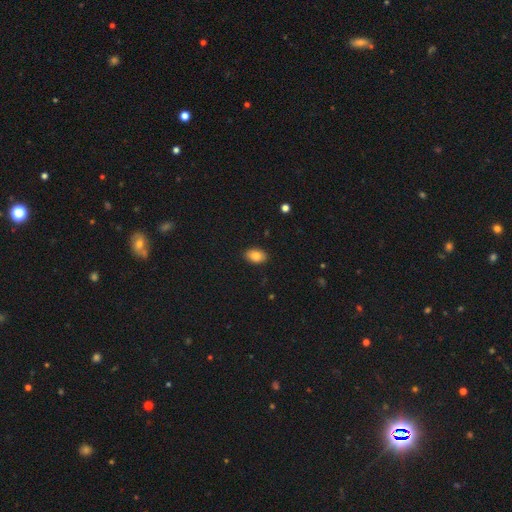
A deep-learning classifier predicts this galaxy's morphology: A smooth galaxy with no disk features (84%) that is in between round and cigar-shaped (87%).

Vote fractions:
- Smooth or featured? smooth: 84% / featured or disk: 8% / star or artifact: 8%
- How rounded? in between: 87% / round: 12% / cigar-shaped: 1%
- Merging? none: 88% / minor disturbance: 9% / major disturbance: 2% / merger: 1%